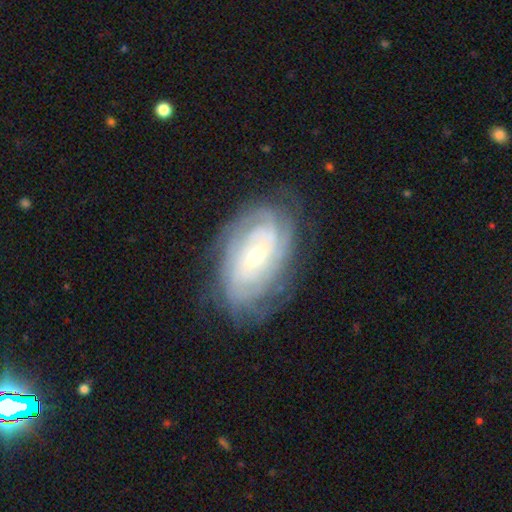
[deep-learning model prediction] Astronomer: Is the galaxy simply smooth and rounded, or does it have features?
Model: featured or disk — 83%.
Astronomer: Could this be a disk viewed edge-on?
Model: no — 95%.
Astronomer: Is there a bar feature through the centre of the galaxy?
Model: weak — 51%.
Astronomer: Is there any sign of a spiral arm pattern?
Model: yes — 94%.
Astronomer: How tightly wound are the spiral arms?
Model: tight — 76%.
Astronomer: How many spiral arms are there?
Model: can't tell — 45%.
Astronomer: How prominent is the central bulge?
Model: small — 51% (runner-up: moderate, 43%).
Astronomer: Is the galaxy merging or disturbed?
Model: none — 74%.